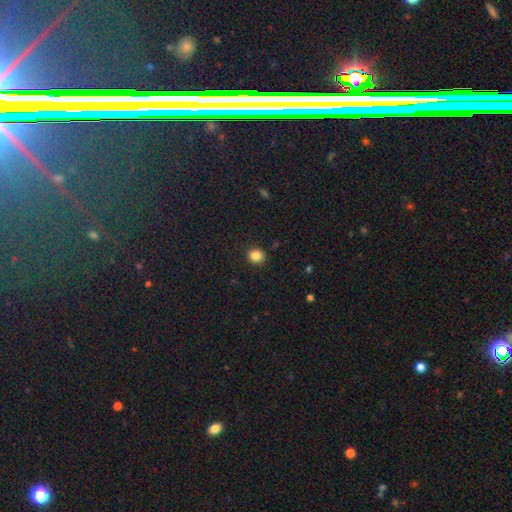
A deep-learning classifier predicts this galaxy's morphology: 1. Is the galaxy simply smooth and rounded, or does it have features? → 85% smooth, 11% star or artifact, 4% featured or disk.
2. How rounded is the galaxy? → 79% round, 20% in between, 1% cigar-shaped.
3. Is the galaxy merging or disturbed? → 90% none, 7% minor disturbance, 2% major disturbance, 1% merger.